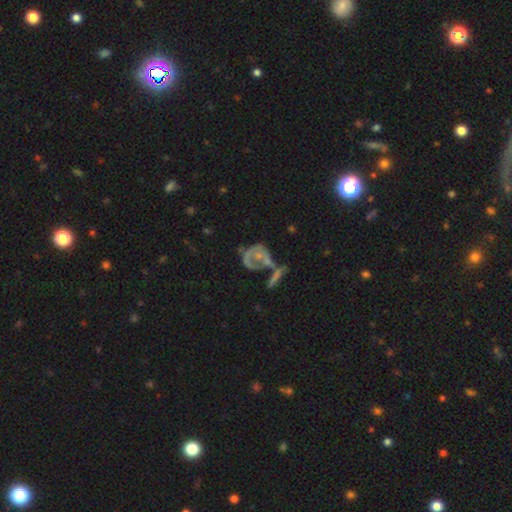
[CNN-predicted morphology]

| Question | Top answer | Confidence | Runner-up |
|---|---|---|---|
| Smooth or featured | featured or disk | 59% | smooth (30%) |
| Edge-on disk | no | 95% | yes (5%) |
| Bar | no | 86% | weak (10%) |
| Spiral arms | no | 67% | yes (33%) |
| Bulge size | small | 45% | moderate (29%) |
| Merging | none | 31% | merger (29%) |